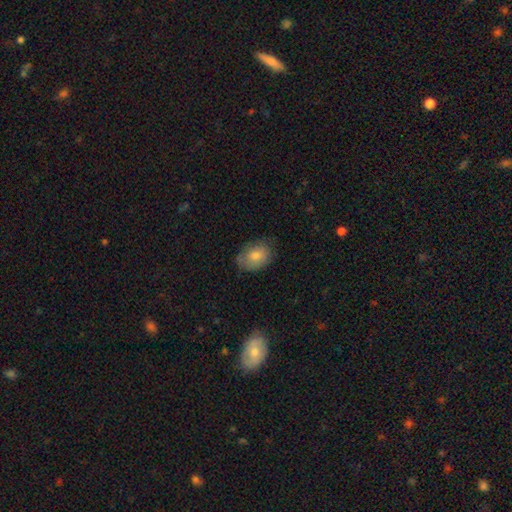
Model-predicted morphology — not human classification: This is likely a smooth galaxy (73%). How rounded: likely in between (76%). Merging: likely none (73%).